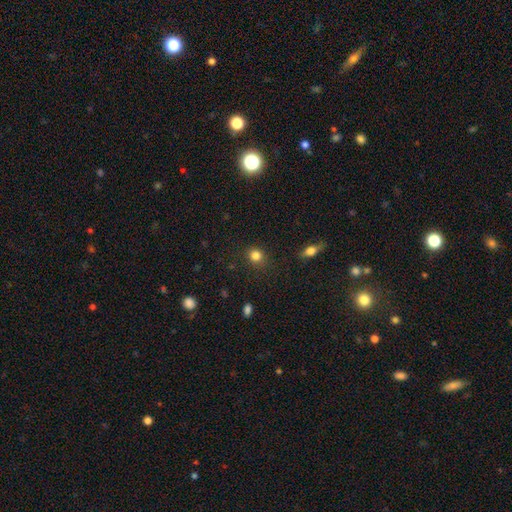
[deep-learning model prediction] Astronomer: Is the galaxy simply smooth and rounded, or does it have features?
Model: smooth — 84%.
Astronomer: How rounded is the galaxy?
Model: round — 81%.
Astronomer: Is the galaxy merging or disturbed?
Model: none — 86%.